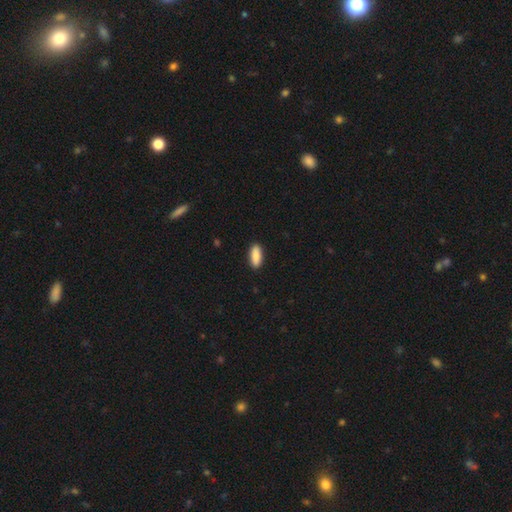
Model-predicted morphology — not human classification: smooth-or-featured: smooth: 89% | star or artifact: 6% | featured or disk: 5%
  how-rounded: in between: 80% | cigar-shaped: 18% | round: 2%
  merging: none: 90% | minor disturbance: 7% | major disturbance: 2% | merger: 1%